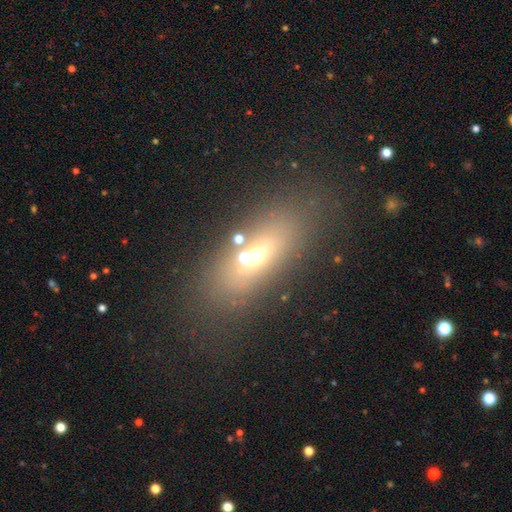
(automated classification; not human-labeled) Smooth or featured: smooth — 51% (featured or disk — 28%)
How rounded: in between — 67% (cigar-shaped — 18%)
Merging: none — 57% (merger — 22%)